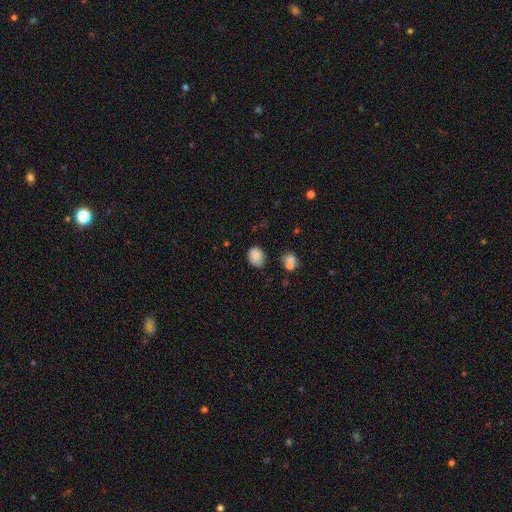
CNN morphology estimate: The model was most divided on "how rounded": in between: 59%, round: 40%, cigar-shaped: 1%. More confident: smooth or featured — smooth (84%); merging — none (67%).